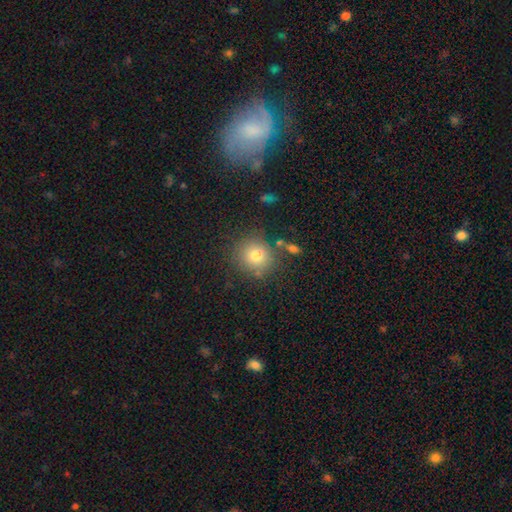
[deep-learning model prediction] Smooth or featured?
  - smooth: 77% *
  - star or artifact: 13%
  - featured or disk: 10%
How rounded?
  - round: 87% *
  - in between: 12%
  - cigar-shaped: 1%
Merging?
  - none: 78% *
  - minor disturbance: 12%
  - merger: 6%
  - major disturbance: 4%